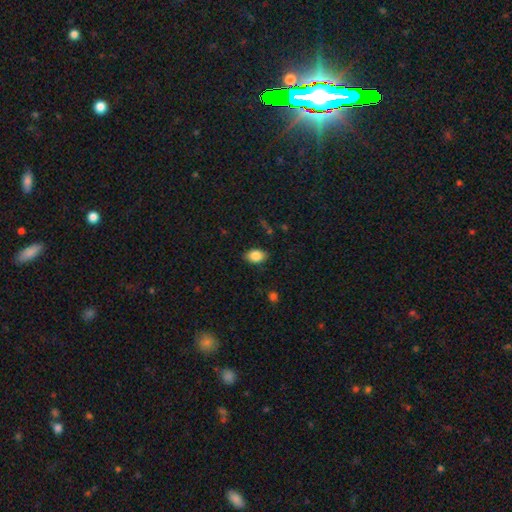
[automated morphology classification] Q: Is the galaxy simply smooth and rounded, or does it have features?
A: smooth — 85%.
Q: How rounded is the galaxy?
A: in between — 85%.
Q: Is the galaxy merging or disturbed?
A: none — 85%.